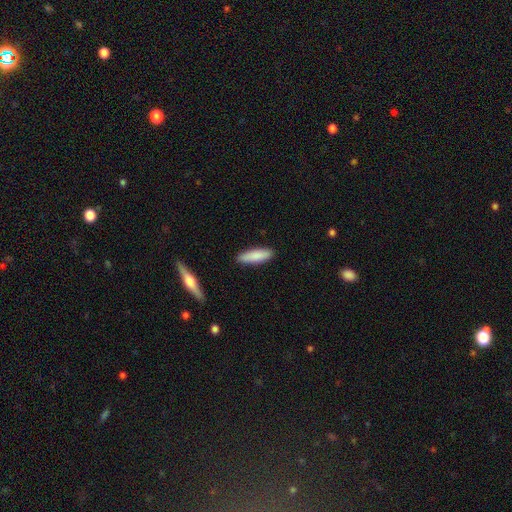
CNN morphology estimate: This is clearly a smooth galaxy (83%). How rounded: likely cigar-shaped (63%). Merging: clearly none (88%).